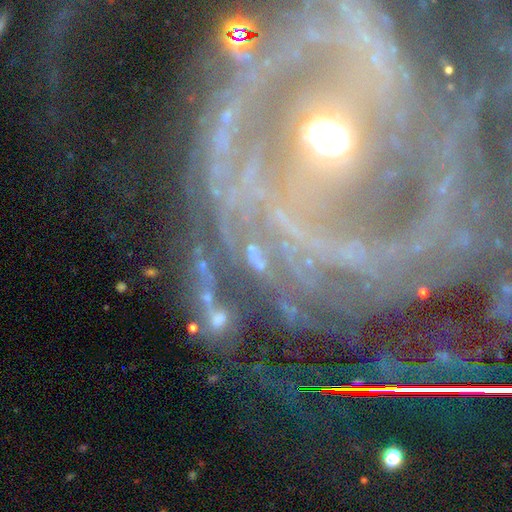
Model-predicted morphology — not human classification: This is possibly a star or artifact rather than a galaxy (48%).